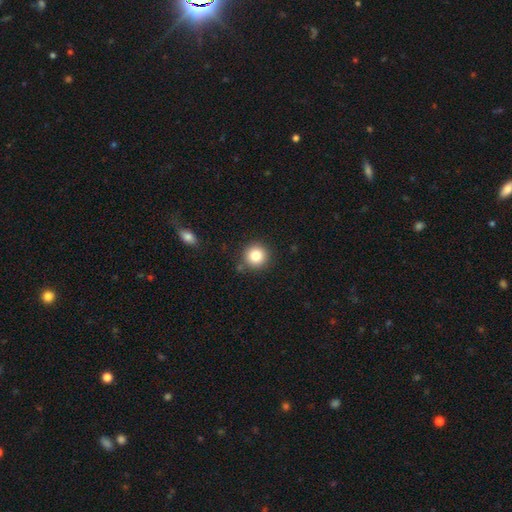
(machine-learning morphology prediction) A smooth galaxy with no disk features (82%) that is round (95%).

Vote fractions:
- Smooth or featured? smooth: 82% / star or artifact: 11% / featured or disk: 7%
- How rounded? round: 95% / in between: 4% / cigar-shaped: 1%
- Merging? none: 86% / minor disturbance: 8% / merger: 3% / major disturbance: 3%